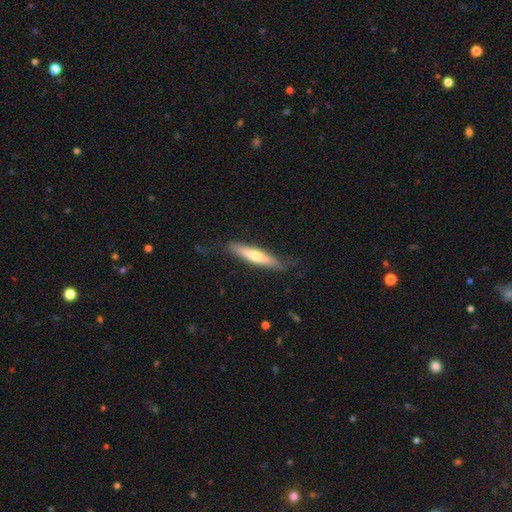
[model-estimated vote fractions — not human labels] Smooth or featured?
  - smooth: 52% *
  - featured or disk: 42%
  - star or artifact: 5%
How rounded?
  - cigar-shaped: 86% *
  - in between: 12%
  - round: 1%
Merging?
  - none: 79% *
  - minor disturbance: 16%
  - major disturbance: 4%
  - merger: 1%